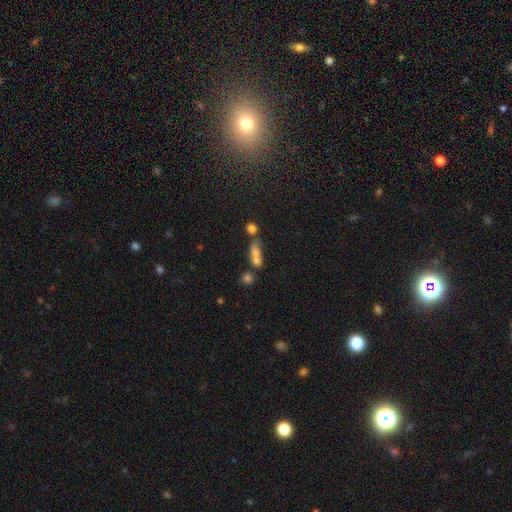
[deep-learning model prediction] Morphology: type=smooth (67%); roundness=in between (59%); merging=merger (51%).